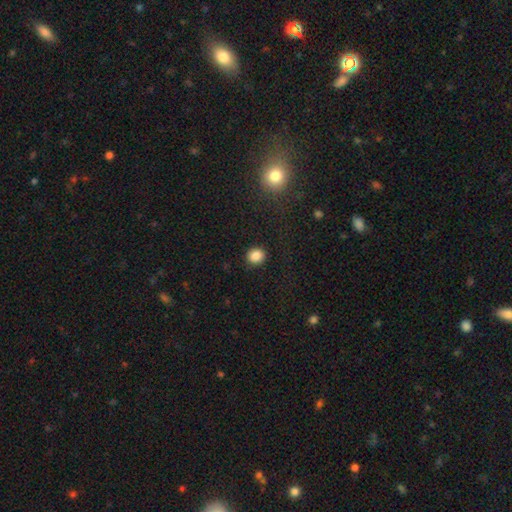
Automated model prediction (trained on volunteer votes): This appears to be a smooth galaxy with no disk features (86%) that is round (83%). Merging: none (91%).